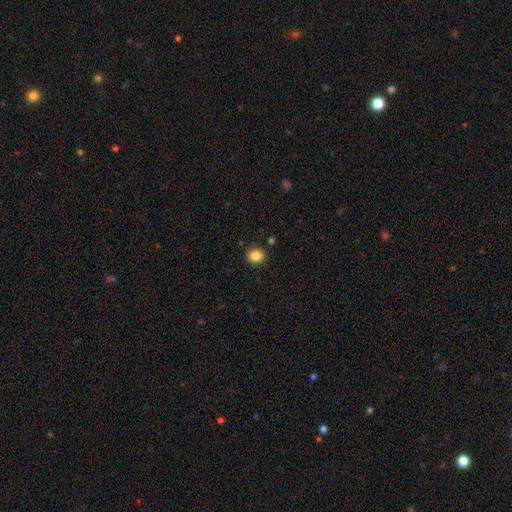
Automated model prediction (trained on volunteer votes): smooth 86%, star or artifact 10%, featured or disk 4%. Down the decision tree: how rounded — round (67%); merging — none (88%).